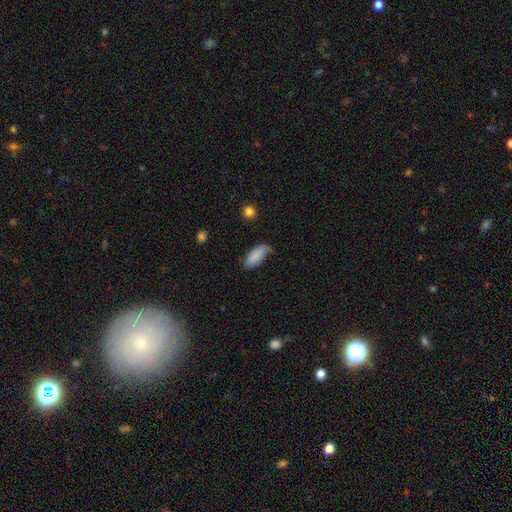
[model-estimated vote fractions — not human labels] Morphology: type=smooth (83%); roundness=in between (84%); merging=none (53%).